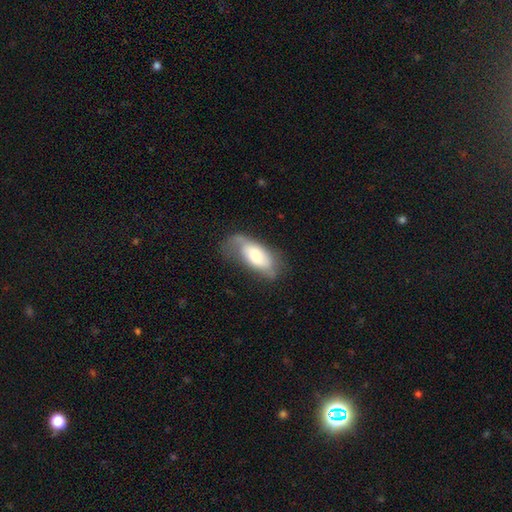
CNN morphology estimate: Smooth or featured? Predicted: smooth (p=0.57). How rounded? Predicted: in between (p=0.86). Merging? Predicted: none (p=0.38).